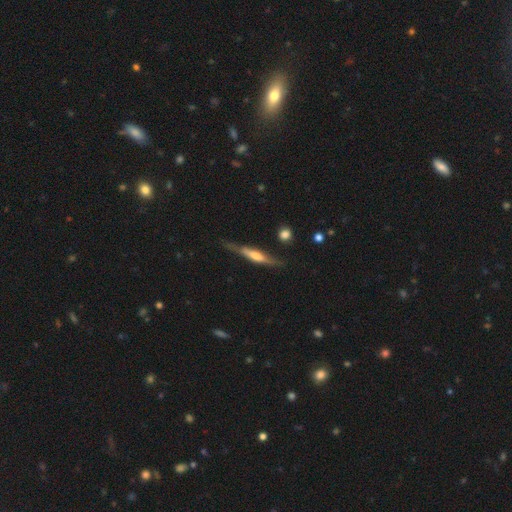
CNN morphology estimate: A featured or disk galaxy (59%) viewed edge-on (91%) with a rounded central bulge (50%).

Vote fractions:
- Smooth or featured? featured or disk: 59% / smooth: 35% / star or artifact: 6%
- Edge-on disk? yes: 91% / no: 9%
- Edge-on bulge? rounded: 50% / boxy: 32% / none: 18%
- Merging? none: 66% / minor disturbance: 22% / major disturbance: 8% / merger: 3%